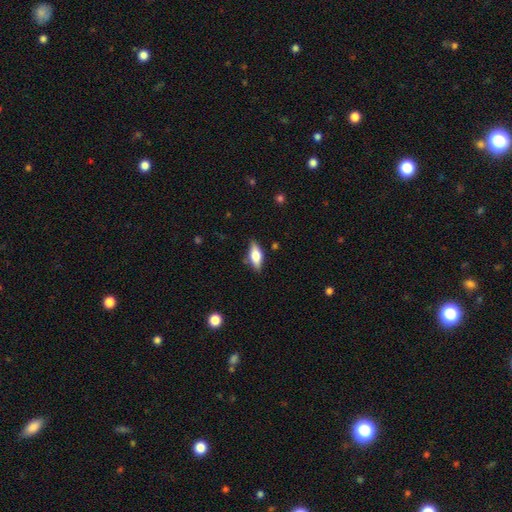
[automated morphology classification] Smooth or featured: smooth — 60% (featured or disk — 33%)
How rounded: in between — 75% (cigar-shaped — 22%)
Merging: none — 82% (minor disturbance — 13%)